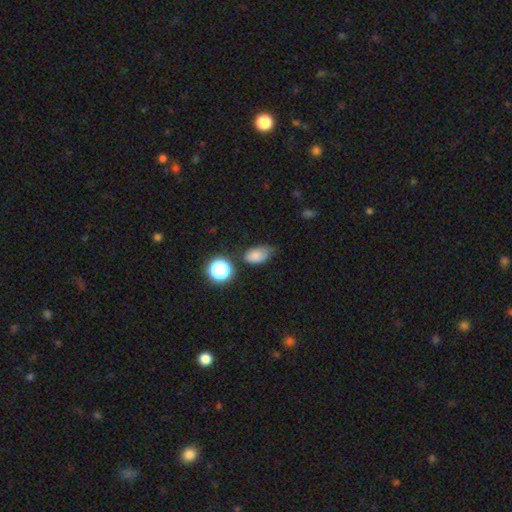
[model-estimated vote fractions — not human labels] smooth_or_featured: smooth (p=0.79) [alt: star or artifact p=0.13]
how_rounded: in between (p=0.84) [alt: round p=0.14]
merging: none (p=0.50) [alt: minor disturbance p=0.36]